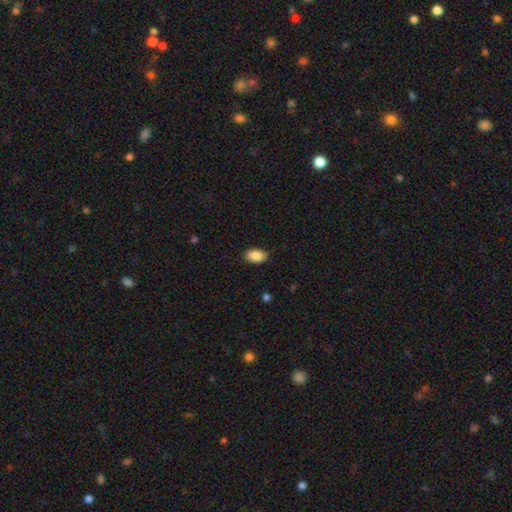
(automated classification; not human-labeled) Morphology: type=smooth (89%); roundness=in between (91%); merging=none (87%).